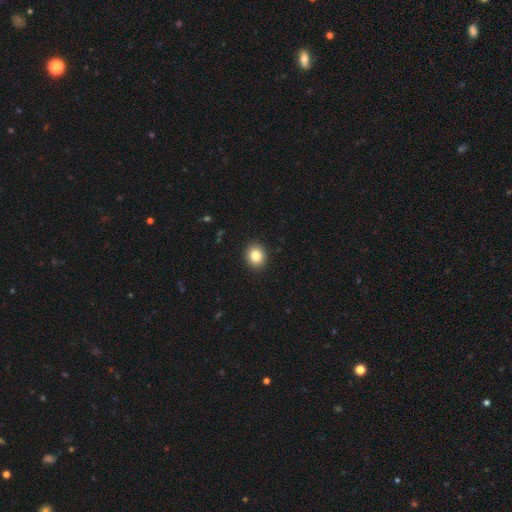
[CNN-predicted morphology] type=smooth (84%); roundness=round (64%); merging=none (92%).